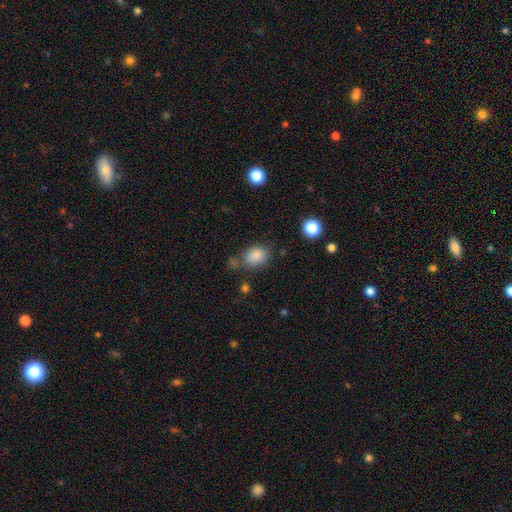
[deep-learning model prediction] Overall: smooth (85%). How rounded: in between (69%; round 30%). Merging: none (65%).